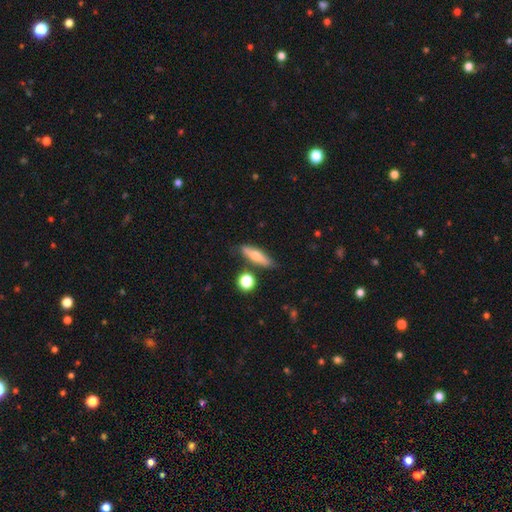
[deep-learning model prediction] The model was most divided on "smooth or featured": smooth: 57%, featured or disk: 36%, star or artifact: 7%. More confident: merging — none (77%); how rounded — cigar-shaped (65%).